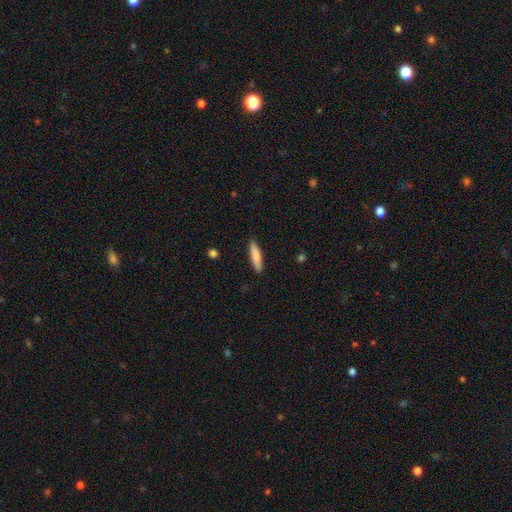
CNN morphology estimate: type=smooth (82%); roundness=cigar-shaped (80%); merging=none (88%).